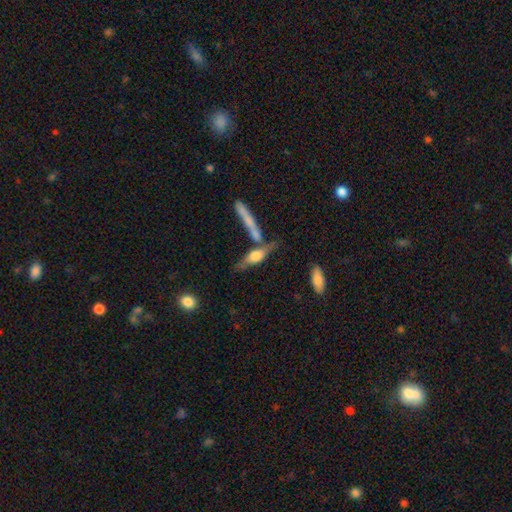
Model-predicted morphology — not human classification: This is possibly a featured or disk galaxy (49%). Merging: possibly none (50%).